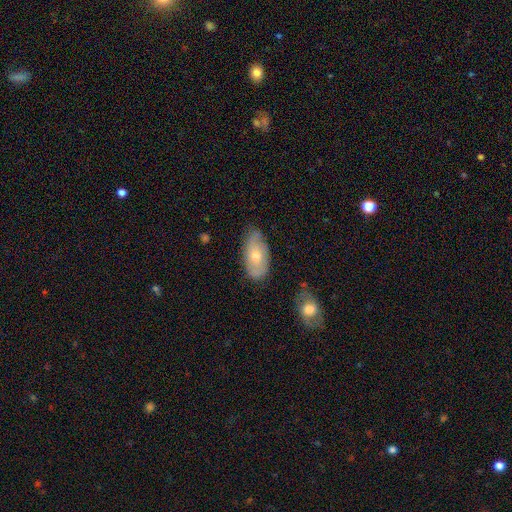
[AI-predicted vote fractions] The model was most divided on "smooth or featured": smooth: 51%, featured or disk: 43%, star or artifact: 7%. More confident: how rounded — in between (92%); merging — none (69%).